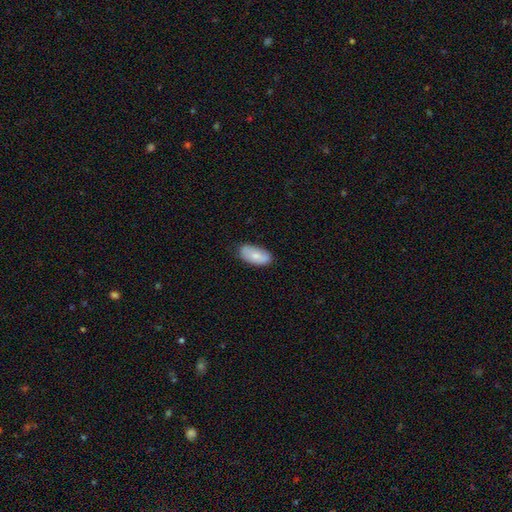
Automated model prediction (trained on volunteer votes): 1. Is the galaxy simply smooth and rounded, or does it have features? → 76% smooth, 17% featured or disk, 6% star or artifact.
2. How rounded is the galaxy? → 93% in between, 4% cigar-shaped, 3% round.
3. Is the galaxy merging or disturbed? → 77% none, 19% minor disturbance, 3% major disturbance, 1% merger.